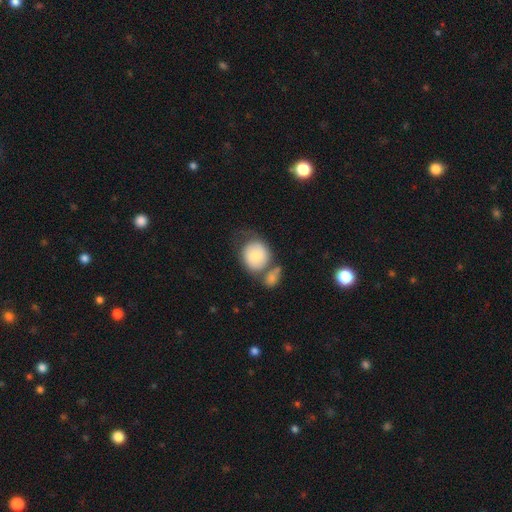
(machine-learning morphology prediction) Smooth or featured?
  - smooth: 74% *
  - featured or disk: 20%
  - star or artifact: 6%
How rounded?
  - round: 77% *
  - in between: 22%
  - cigar-shaped: 1%
Merging?
  - merger: 42% *
  - none: 29%
  - minor disturbance: 17%
  - major disturbance: 12%